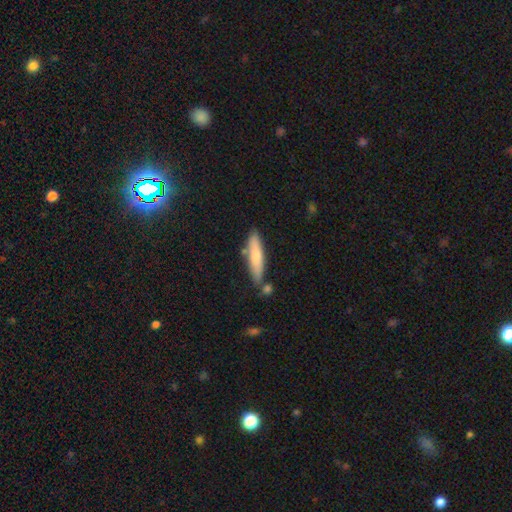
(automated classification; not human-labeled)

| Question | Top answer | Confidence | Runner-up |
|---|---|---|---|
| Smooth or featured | smooth | 69% | featured or disk (26%) |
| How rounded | cigar-shaped | 82% | in between (16%) |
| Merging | none | 74% | minor disturbance (14%) |